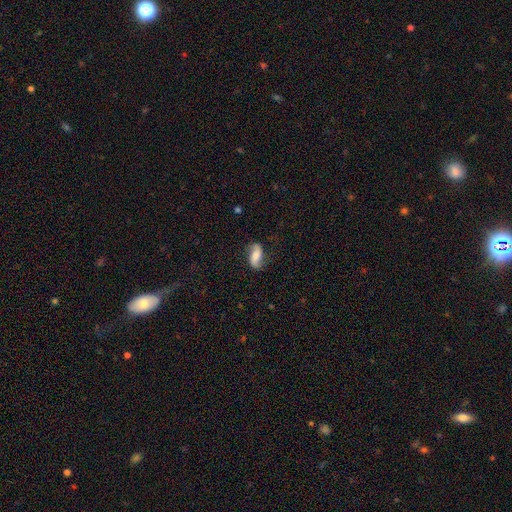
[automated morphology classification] smooth_or_featured: smooth (p=0.60) [alt: featured or disk p=0.32]
how_rounded: in between (p=0.85) [alt: cigar-shaped p=0.11]
merging: none (p=0.71) [alt: minor disturbance p=0.20]